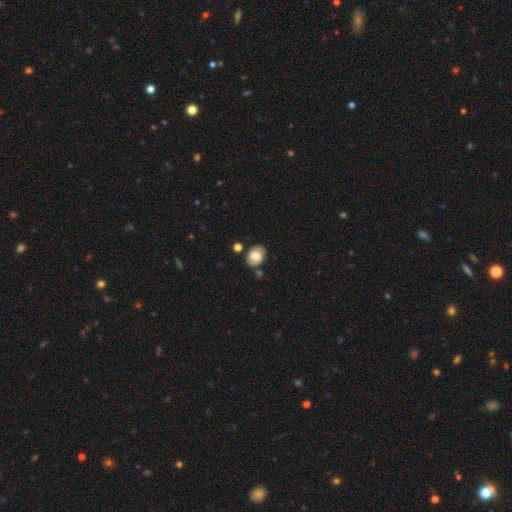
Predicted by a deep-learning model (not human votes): Smooth or featured? Predicted: smooth (p=0.69). How rounded? Predicted: in between (p=0.69). Merging? Predicted: none (p=0.76).